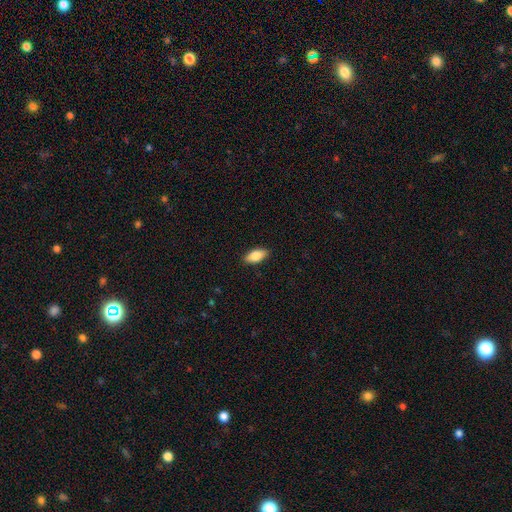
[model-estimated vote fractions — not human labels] smooth 80%, featured or disk 13%, star or artifact 6%. Down the decision tree: how rounded — in between (87%); merging — none (89%).